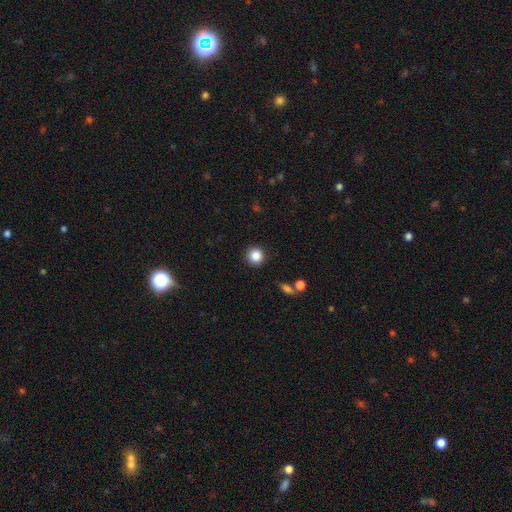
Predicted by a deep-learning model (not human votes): Overall: smooth (86%). How rounded: round (94%). Merging: none (90%).